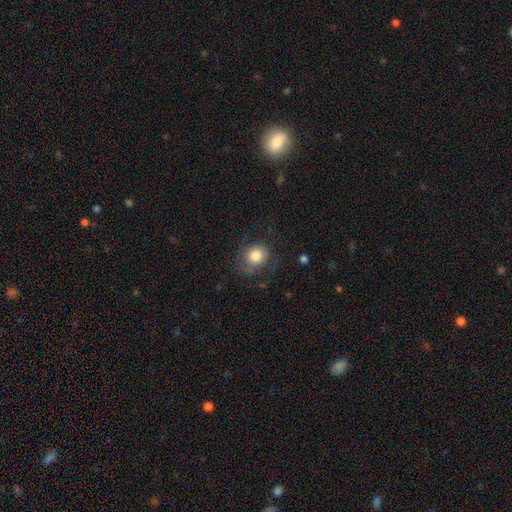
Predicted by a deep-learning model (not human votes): A smooth galaxy with no disk features (76%) that is round (80%). Merging: none (63%).